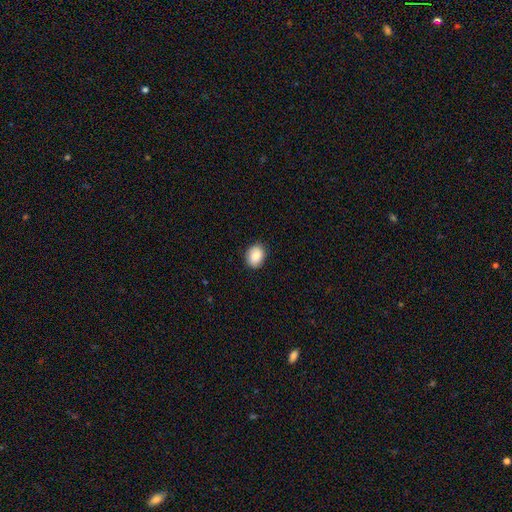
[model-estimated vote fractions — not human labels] Smooth or featured: smooth — 84% (featured or disk — 8%)
How rounded: in between — 60% (round — 39%)
Merging: none — 86% (minor disturbance — 11%)